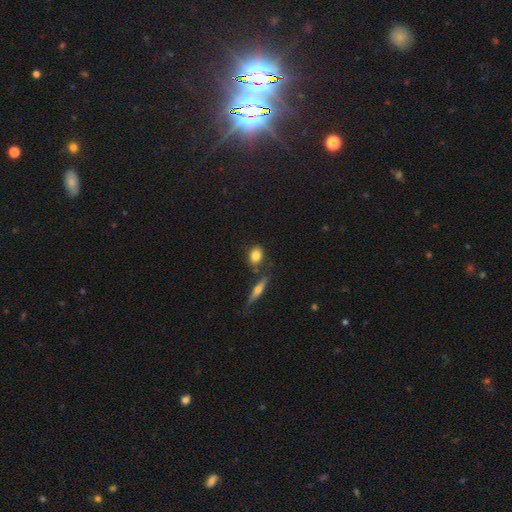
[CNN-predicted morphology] Smooth or featured? Predicted: smooth (p=0.80). How rounded? Predicted: in between (p=0.65). Merging? Predicted: none (p=0.71).